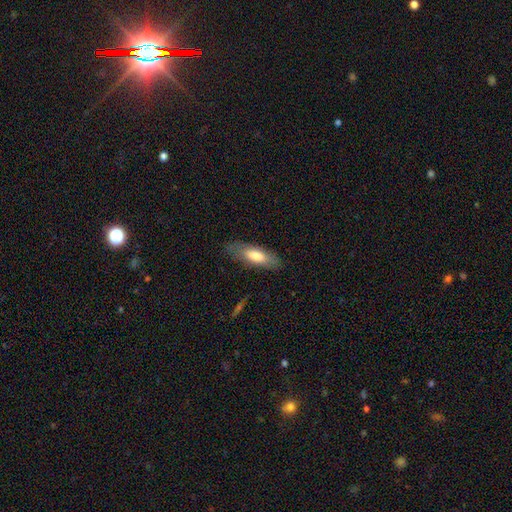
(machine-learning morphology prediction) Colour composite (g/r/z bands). It shows a smooth galaxy with no disk features (71%) that is in between round and cigar-shaped (57%). Merging: none (81%).